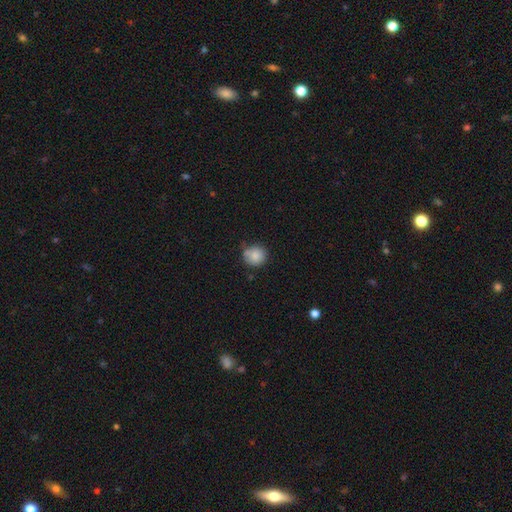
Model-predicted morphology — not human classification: type=smooth (84%); roundness=round (88%); merging=none (68%).